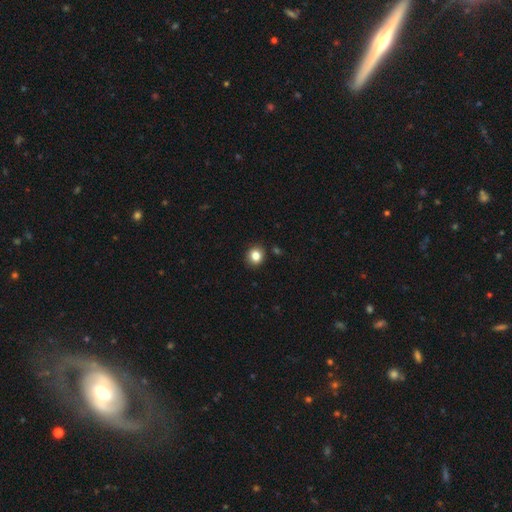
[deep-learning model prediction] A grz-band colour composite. It shows a smooth galaxy with no disk features (83%) that is round (81%). Merging: none (89%).